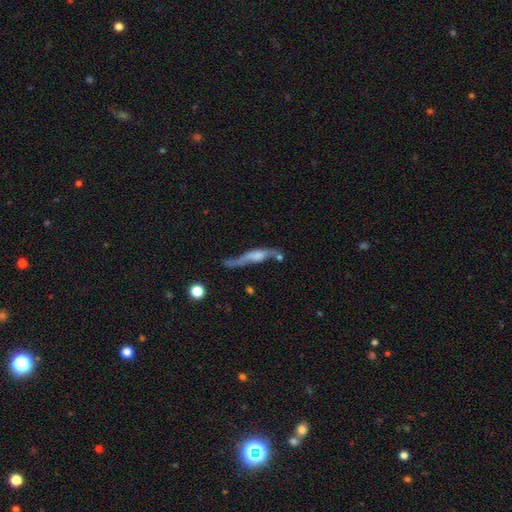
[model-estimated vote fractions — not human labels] smooth-or-featured: featured or disk: 56% | smooth: 35% | star or artifact: 8%
  disk-edge-on: yes: 65% | no: 35%
  merging: none: 33% | minor disturbance: 24% | major disturbance: 24% | merger: 18%